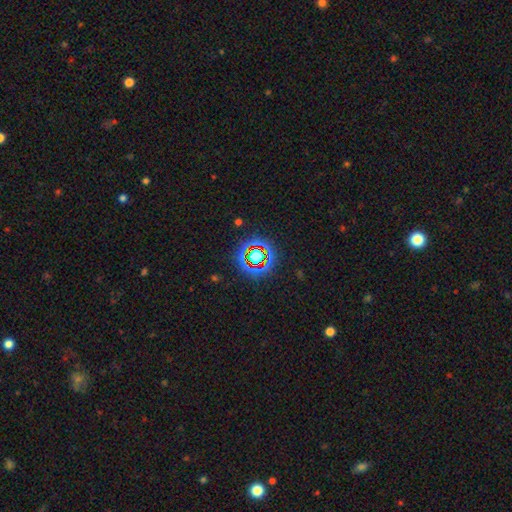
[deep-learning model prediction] Smooth or featured? Predicted: star or artifact (p=0.68).